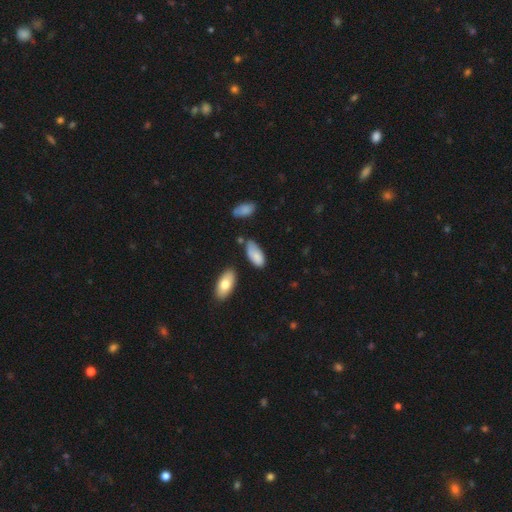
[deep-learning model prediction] Q: Smooth or featured?
A: smooth (81%); runner-up: featured or disk (11%)
Q: How rounded?
A: in between (91%); runner-up: cigar-shaped (7%)
Q: Merging?
A: none (51%); runner-up: minor disturbance (33%)